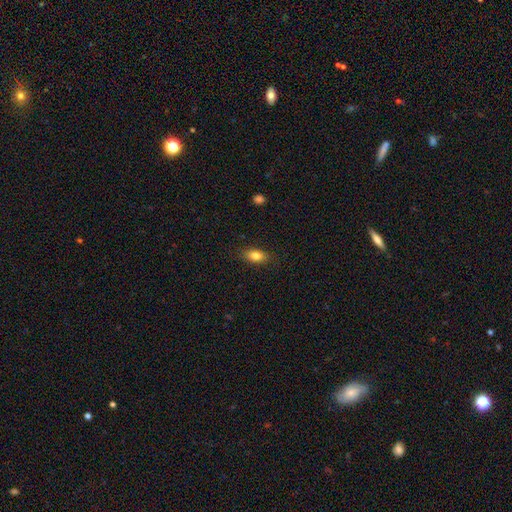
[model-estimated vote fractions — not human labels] Morphology: type=smooth (82%); roundness=in between (84%); merging=none (85%).